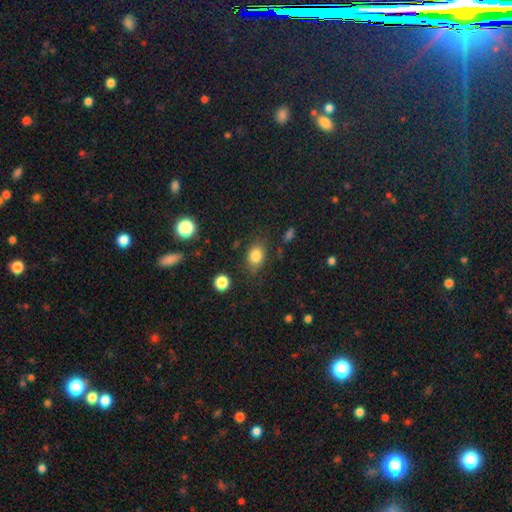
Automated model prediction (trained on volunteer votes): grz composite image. It shows a smooth galaxy with no disk features (81%) that is in between round and cigar-shaped (63%). Merging: none (74%).